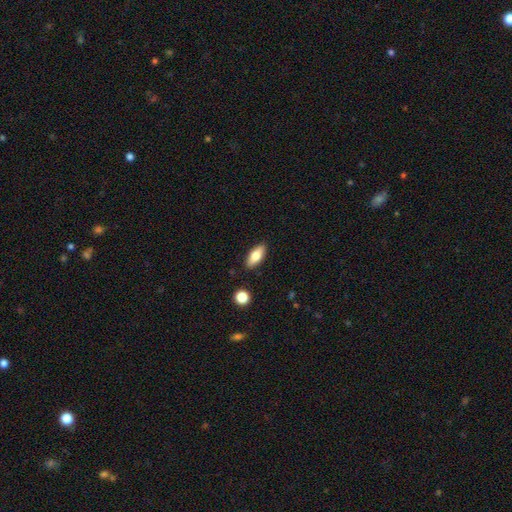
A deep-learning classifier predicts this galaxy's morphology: type=smooth (77%); roundness=in between (83%); merging=none (88%).